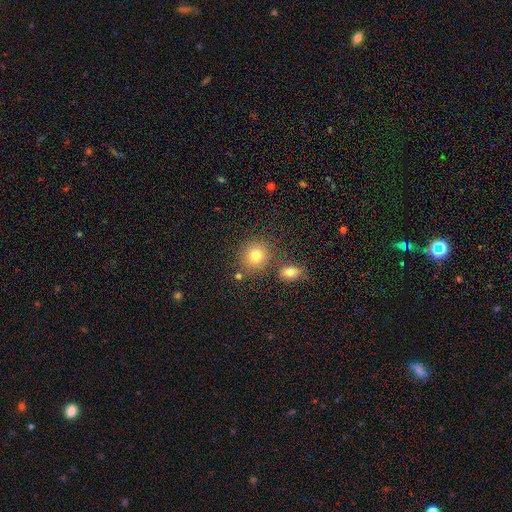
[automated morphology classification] This appears to be a smooth galaxy with no disk features (79%) that is round (87%). Merging: none (77%).